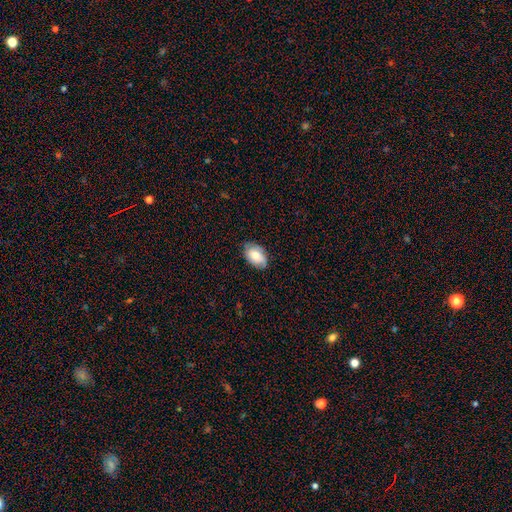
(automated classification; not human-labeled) A smooth galaxy with no disk features (65%) that is in between round and cigar-shaped (91%). Merging: none (75%).